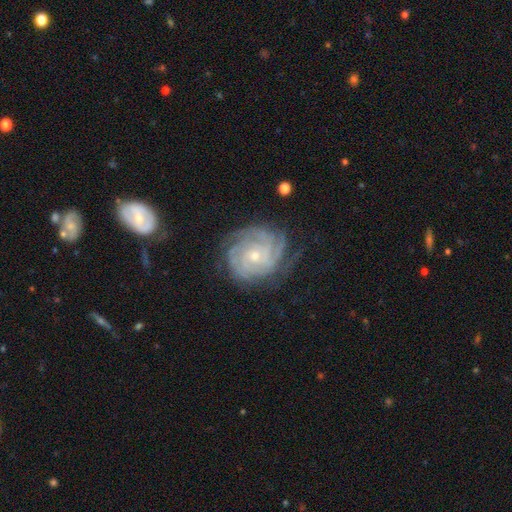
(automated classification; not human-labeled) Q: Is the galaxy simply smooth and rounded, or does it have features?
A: featured or disk — 87%.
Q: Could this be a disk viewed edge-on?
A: no — 98%.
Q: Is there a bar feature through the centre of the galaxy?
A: no — 74%.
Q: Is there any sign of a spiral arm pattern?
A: yes — 97%.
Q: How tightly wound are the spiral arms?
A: tight — 79%.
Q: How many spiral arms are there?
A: can't tell — 28%.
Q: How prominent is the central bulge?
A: small — 68%.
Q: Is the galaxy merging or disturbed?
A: none — 73%.